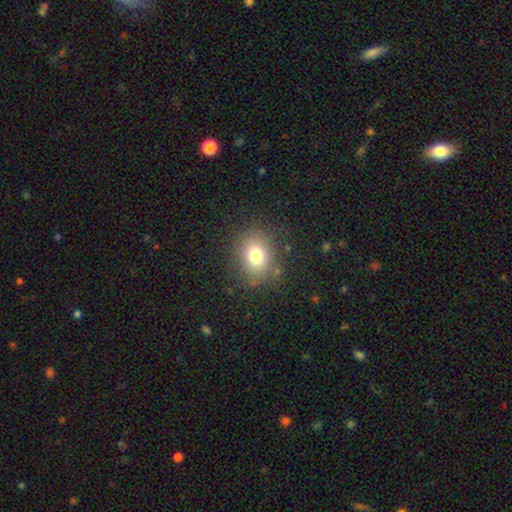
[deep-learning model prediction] Smooth or featured? Predicted: smooth (p=0.76). How rounded? Predicted: round (p=0.54). Merging? Predicted: none (p=0.82).